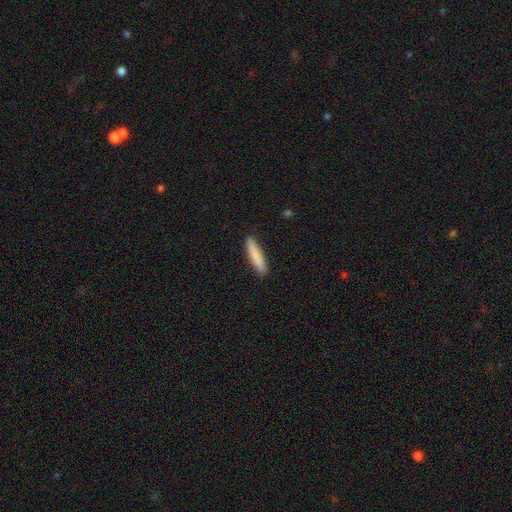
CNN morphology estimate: The model was most divided on "smooth or featured": smooth: 84%, featured or disk: 11%, star or artifact: 5%. More confident: merging — none (90%); how rounded — cigar-shaped (88%).